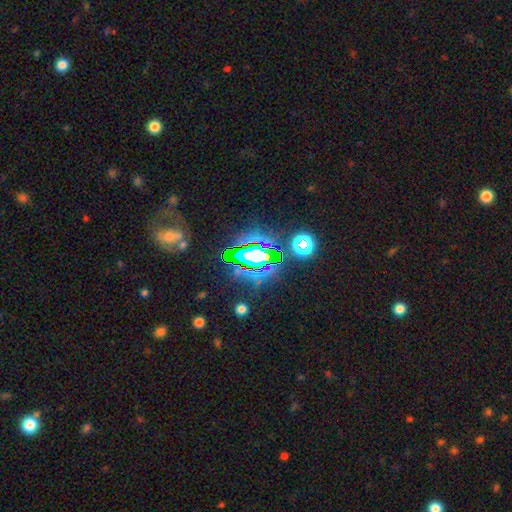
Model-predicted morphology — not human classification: This appears to be a star or artifact, not a galaxy (70%).